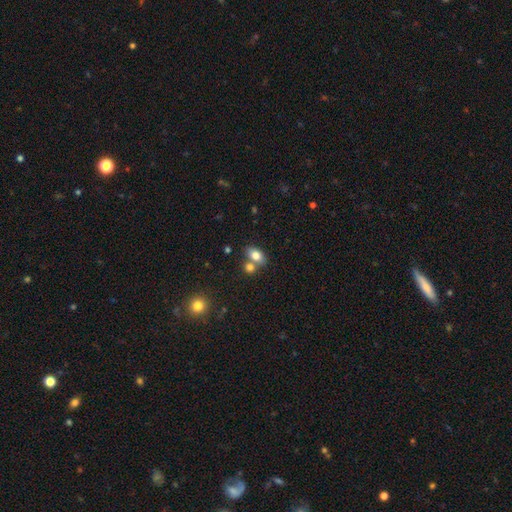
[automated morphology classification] Overall: smooth (78%). How rounded: in between (83%). Merging: none (50%; merger 36%).